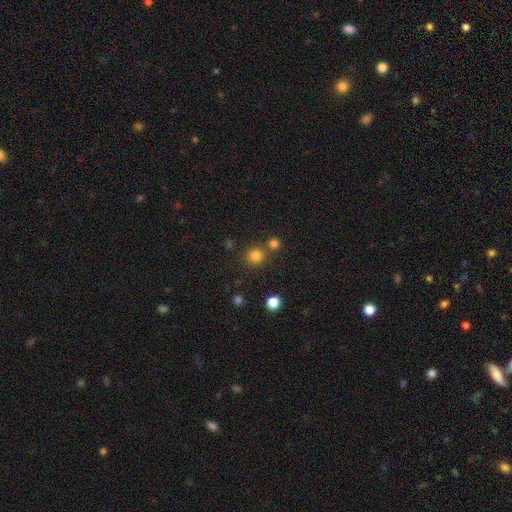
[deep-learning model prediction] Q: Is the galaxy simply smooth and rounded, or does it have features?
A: smooth — 80%.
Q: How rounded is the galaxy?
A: round — 90%.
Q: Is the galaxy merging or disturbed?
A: none — 75%.